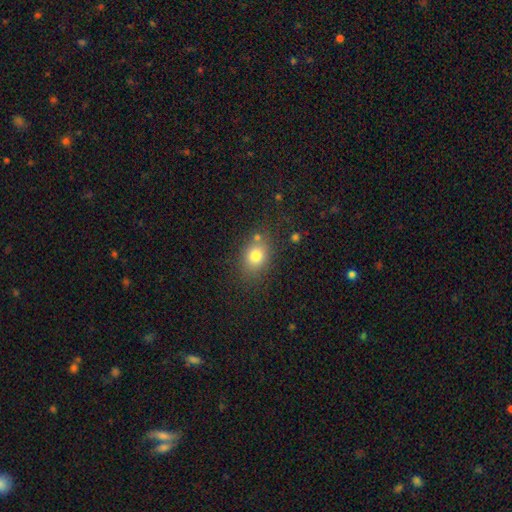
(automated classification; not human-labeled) Smooth or featured?
  - smooth: 79% *
  - star or artifact: 12%
  - featured or disk: 10%
How rounded?
  - in between: 57% *
  - round: 42%
  - cigar-shaped: 1%
Merging?
  - none: 74% *
  - minor disturbance: 14%
  - merger: 7%
  - major disturbance: 5%